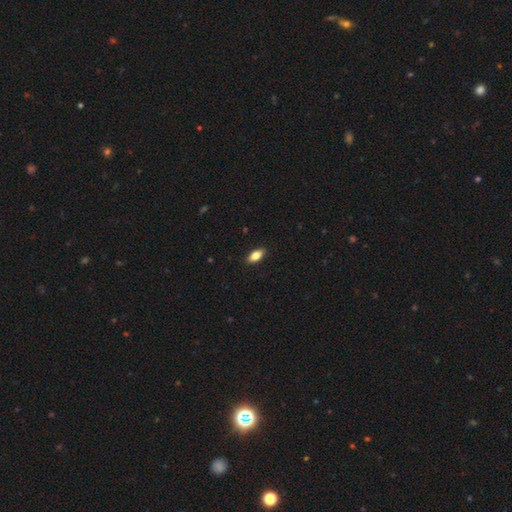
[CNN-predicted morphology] type=smooth (80%); roundness=in between (86%); merging=none (89%).